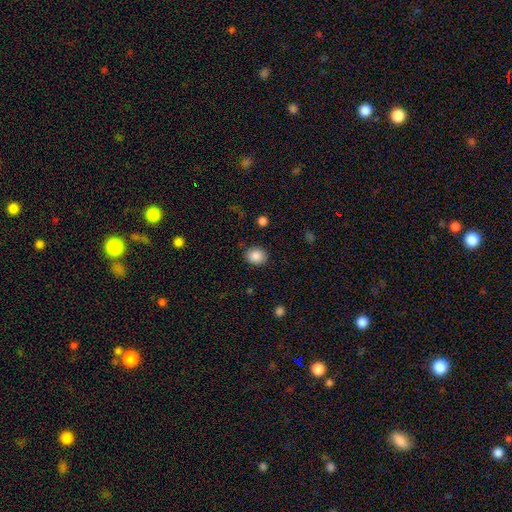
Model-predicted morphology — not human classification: Smooth or featured? smooth (87%)
How rounded? round (63%)
Merging? none (86%)